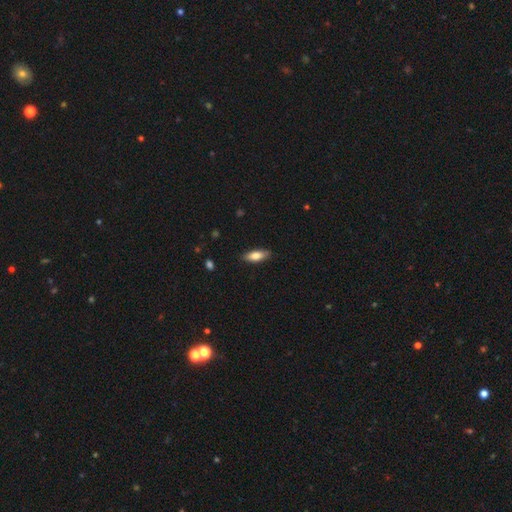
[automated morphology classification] A smooth galaxy with no disk features (76%) that is in between round and cigar-shaped (73%). Merging: none (84%).